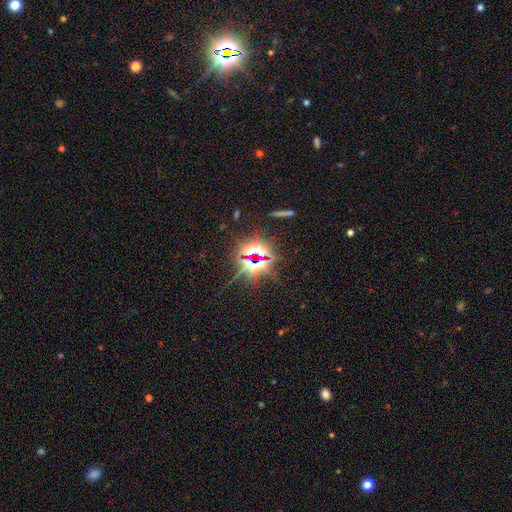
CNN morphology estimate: Smooth or featured? star or artifact (78%)